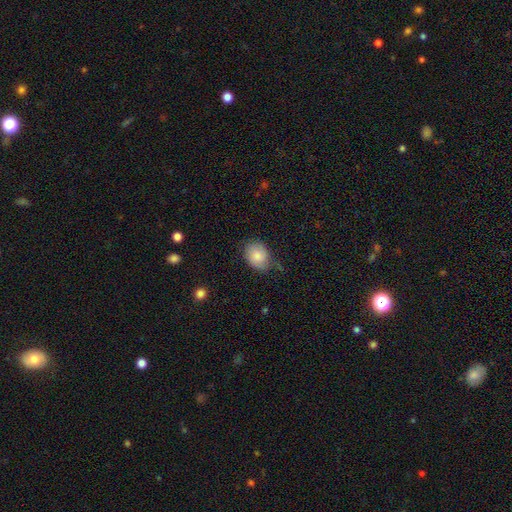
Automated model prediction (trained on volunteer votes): Smooth or featured? Predicted: smooth (p=0.76). How rounded? Predicted: in between (p=0.61). Merging? Predicted: none (p=0.64).